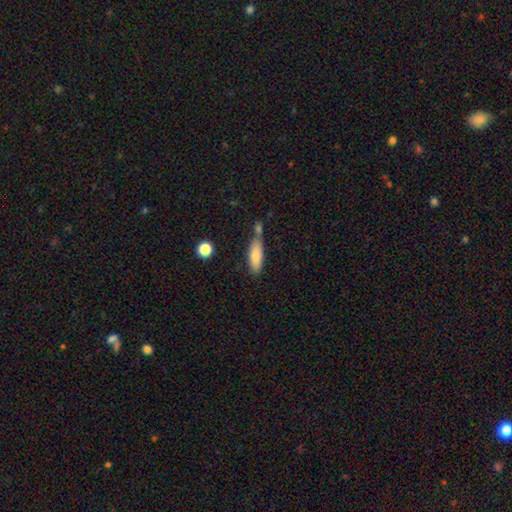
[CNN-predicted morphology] smooth_or_featured: smooth (p=0.81) [alt: featured or disk p=0.13]
how_rounded: in between (p=0.59) [alt: cigar-shaped p=0.39]
merging: none (p=0.55) [alt: merger p=0.22]